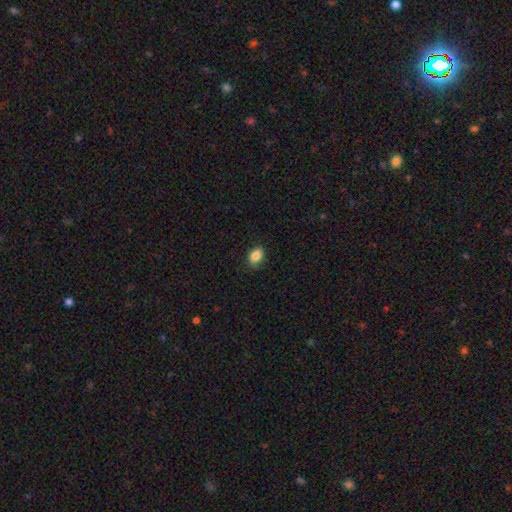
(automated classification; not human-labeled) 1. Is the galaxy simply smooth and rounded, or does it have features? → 85% smooth, 9% star or artifact, 6% featured or disk.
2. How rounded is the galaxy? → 75% in between, 24% round, 1% cigar-shaped.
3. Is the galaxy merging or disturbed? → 79% none, 17% minor disturbance, 3% major disturbance, 1% merger.